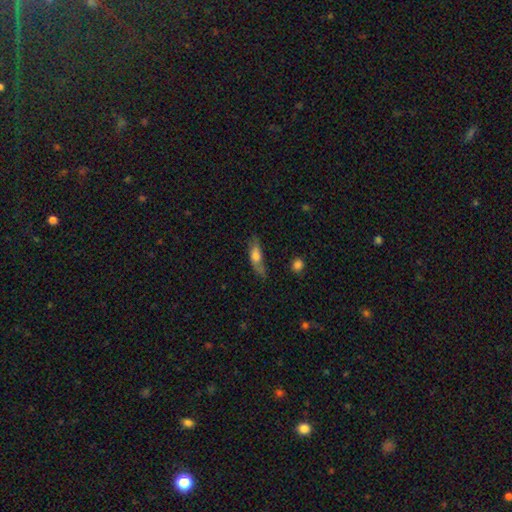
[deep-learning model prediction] Morphology: type=smooth (62%); roundness=in between (51%); merging=none (57%).